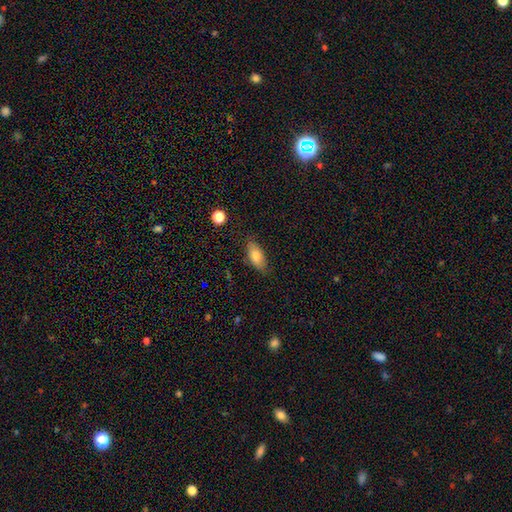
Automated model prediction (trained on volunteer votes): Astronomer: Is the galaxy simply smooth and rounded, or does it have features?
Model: smooth — 76%.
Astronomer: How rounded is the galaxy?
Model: in between — 85%.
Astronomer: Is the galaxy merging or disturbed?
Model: none — 80%.